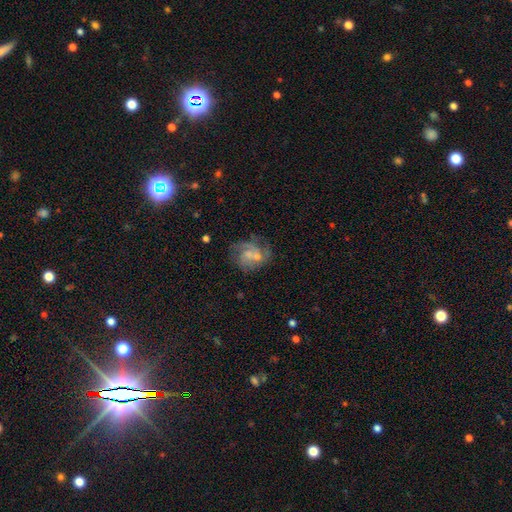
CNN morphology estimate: This appears to be a featured or disk galaxy (63%) with no bar (57%), medium (45%) spiral arms (85%) and a small central bulge (56%). Merging: none (58%).